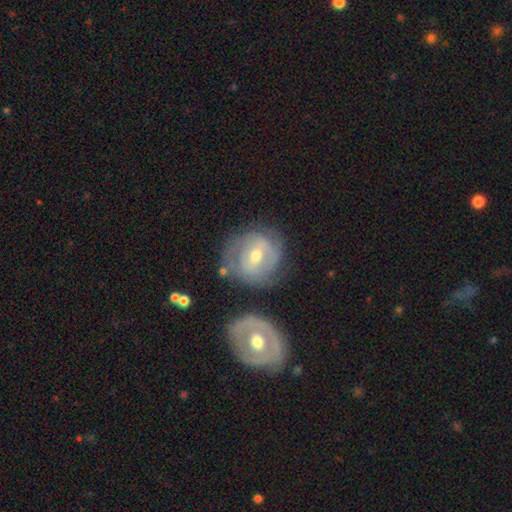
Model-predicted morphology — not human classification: Smooth or featured: featured or disk — 70% (smooth — 23%)
Edge-on disk: no — 95% (yes — 5%)
Bar: weak — 49% (strong — 28%)
Spiral arms: yes — 73% (no — 27%)
Bulge size: moderate — 67% (small — 28%)
Merging: none — 63% (minor disturbance — 20%)